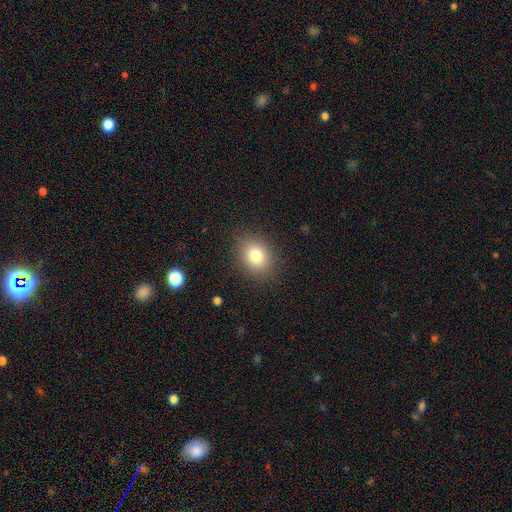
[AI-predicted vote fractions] This appears to be a smooth galaxy with no disk features (79%) that is round (50%). Merging: none (87%).